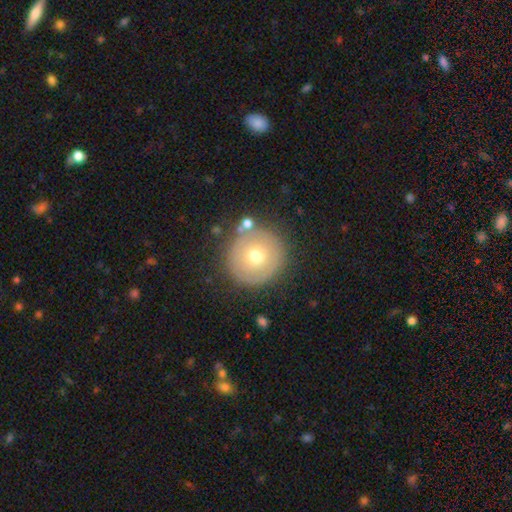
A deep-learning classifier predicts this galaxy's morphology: Smooth or featured? Predicted: smooth (p=0.61). How rounded? Predicted: round (p=0.95). Merging? Predicted: none (p=0.80).